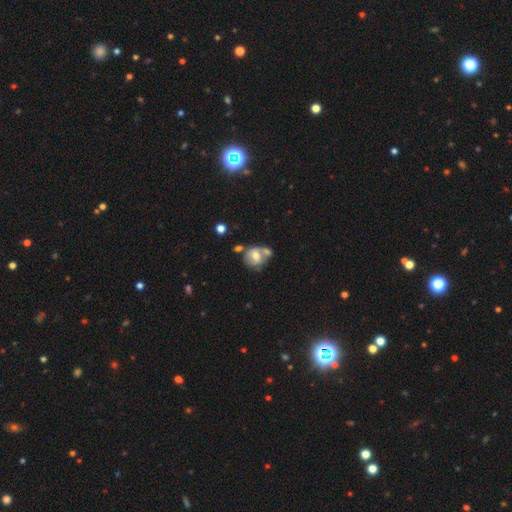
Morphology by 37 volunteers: type=smooth (59%); roundness=round (64%); merging=merger (51%).